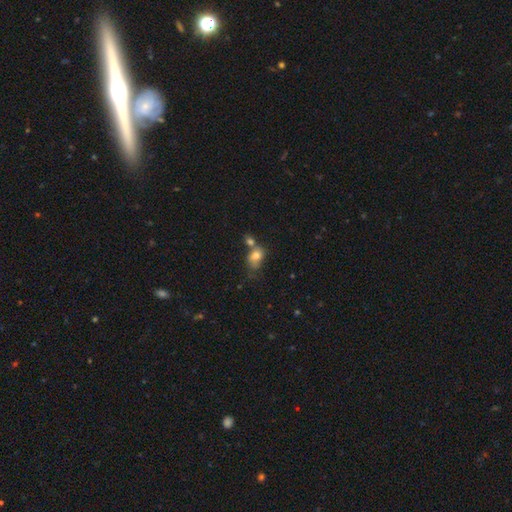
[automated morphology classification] The model was most divided on "merging": merger: 41%, none: 32%, minor disturbance: 18%, major disturbance: 9%. More confident: smooth or featured — smooth (77%); how rounded — in between (66%).